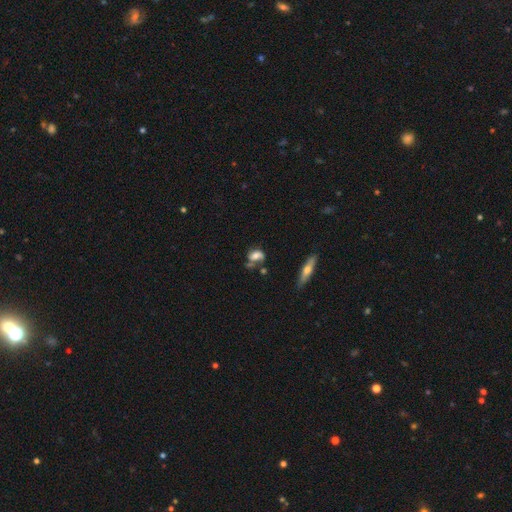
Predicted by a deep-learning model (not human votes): This appears to be a smooth galaxy with no disk features (53%) that is in between round and cigar-shaped (73%). Merging: none (42%).